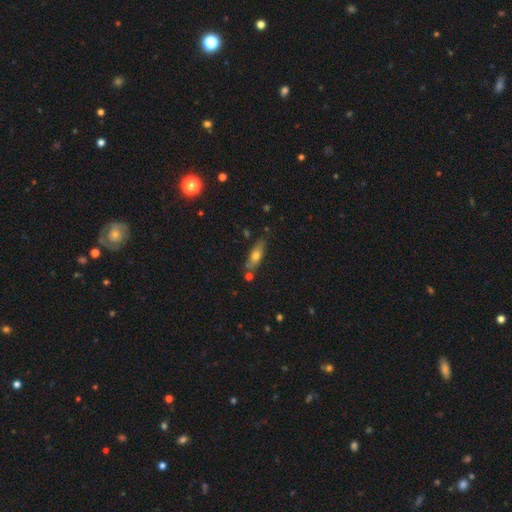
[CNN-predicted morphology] smooth_or_featured: smooth (p=0.60) [alt: featured or disk p=0.33]
how_rounded: in between (p=0.55) [alt: cigar-shaped p=0.41]
merging: none (p=0.72) [alt: minor disturbance p=0.17]